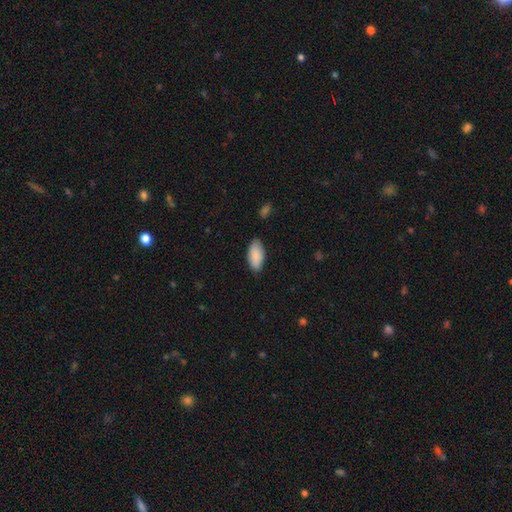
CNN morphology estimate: smooth 88%, featured or disk 6%, star or artifact 6%. Down the decision tree: how rounded — in between (93%); merging — none (81%).